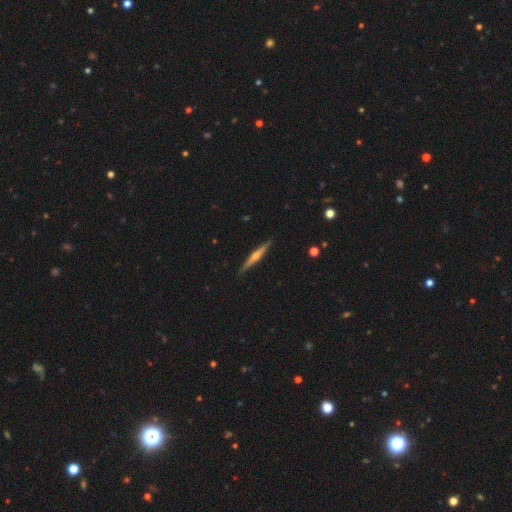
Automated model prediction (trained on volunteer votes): Smooth or featured? featured or disk (74%)
Edge-on disk? yes (98%)
Edge-on bulge? rounded (87%)
Merging? none (91%)